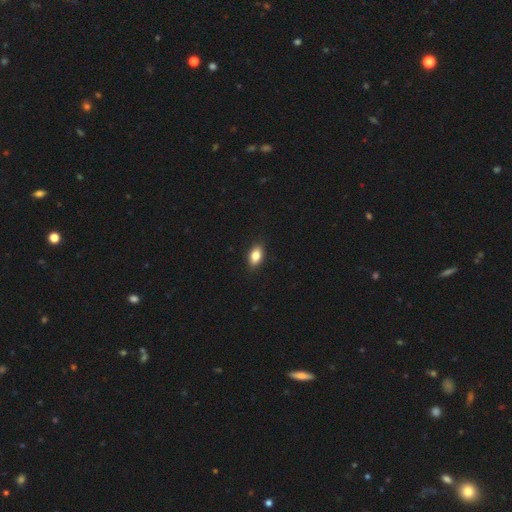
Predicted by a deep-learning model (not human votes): A smooth galaxy with no disk features (83%) that is in between round and cigar-shaped (88%). Merging: none (89%).